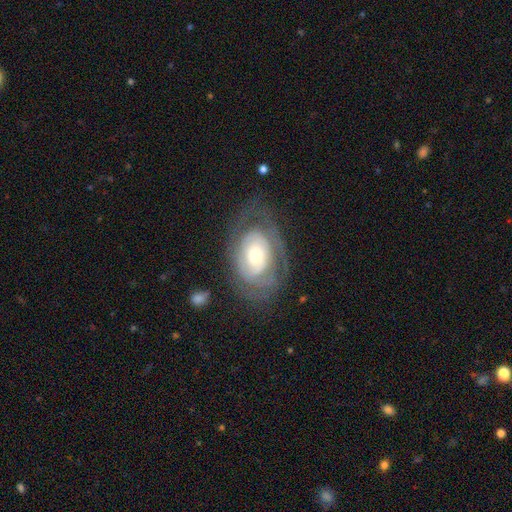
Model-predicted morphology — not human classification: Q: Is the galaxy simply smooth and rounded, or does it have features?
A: featured or disk — 70%.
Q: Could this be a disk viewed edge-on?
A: no — 95%.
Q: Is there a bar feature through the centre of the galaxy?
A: no — 78%.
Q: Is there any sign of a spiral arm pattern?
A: yes — 70%.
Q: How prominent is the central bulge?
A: moderate — 47%.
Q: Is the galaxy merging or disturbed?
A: none — 62%.